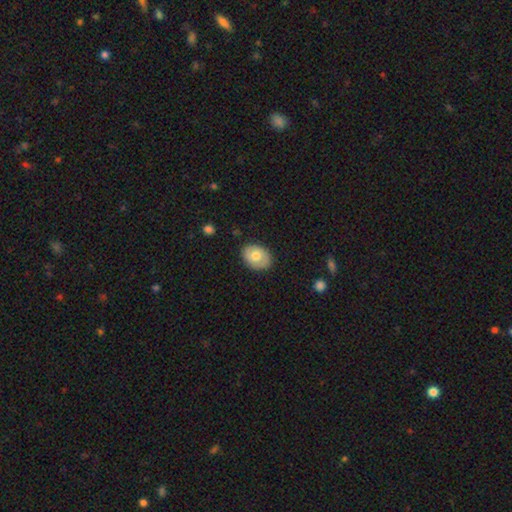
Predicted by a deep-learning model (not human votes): This appears to be a smooth galaxy with no disk features (71%) that is in between round and cigar-shaped (73%). Merging: none (83%).